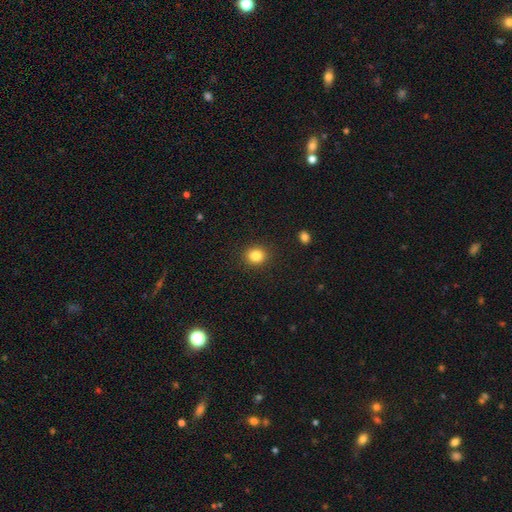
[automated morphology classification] This is clearly a smooth galaxy (84%). How rounded: likely round (80%). Merging: clearly none (91%).